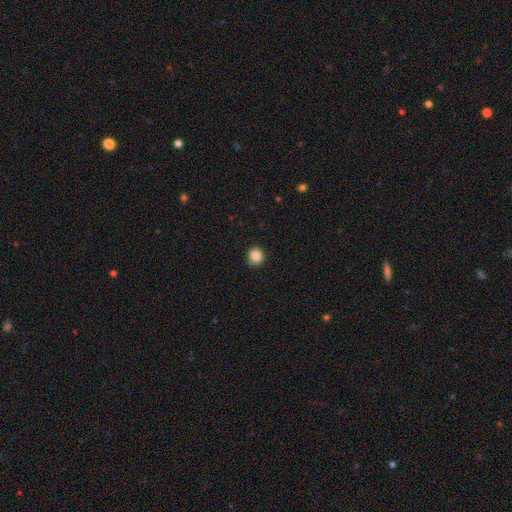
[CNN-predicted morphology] Smooth or featured? Predicted: smooth (p=0.86). How rounded? Predicted: round (p=0.88). Merging? Predicted: none (p=0.85).